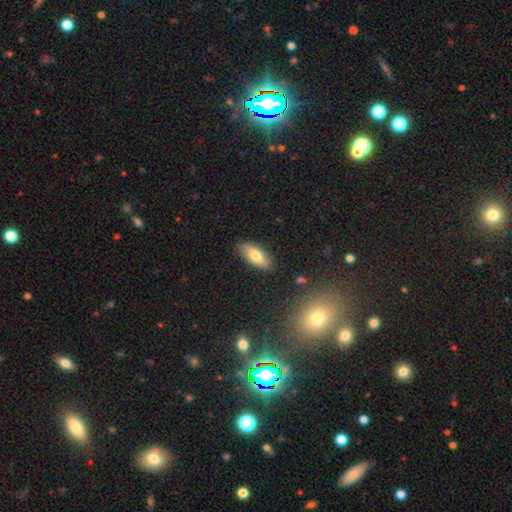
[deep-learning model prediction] This appears to be a smooth galaxy with no disk features (75%) that is in between round and cigar-shaped (81%). Merging: none (86%).